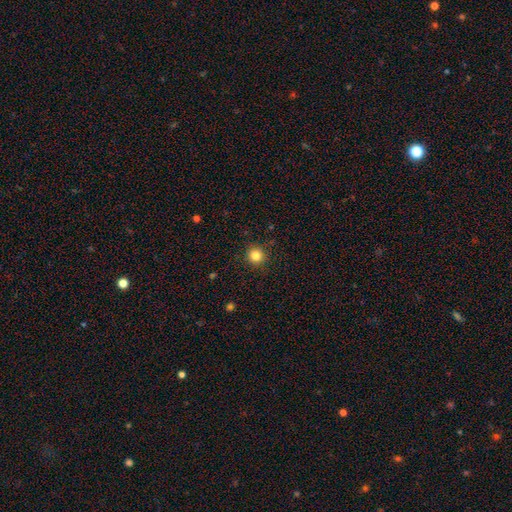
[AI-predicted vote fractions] smooth 84%, star or artifact 12%, featured or disk 5%. Down the decision tree: how rounded — round (93%); merging — none (91%).